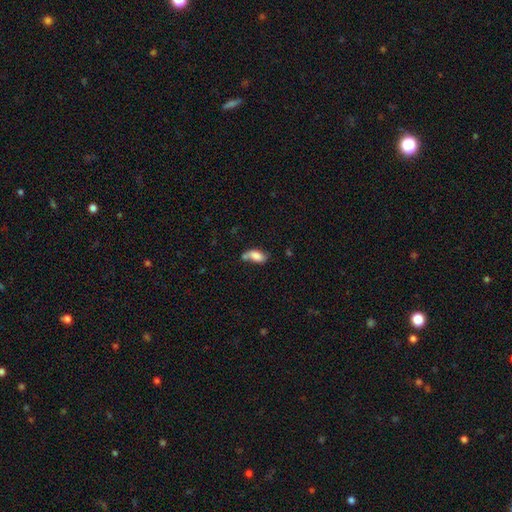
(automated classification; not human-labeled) A smooth galaxy with no disk features (77%) that is in between round and cigar-shaped (89%). Merging: none (41%).